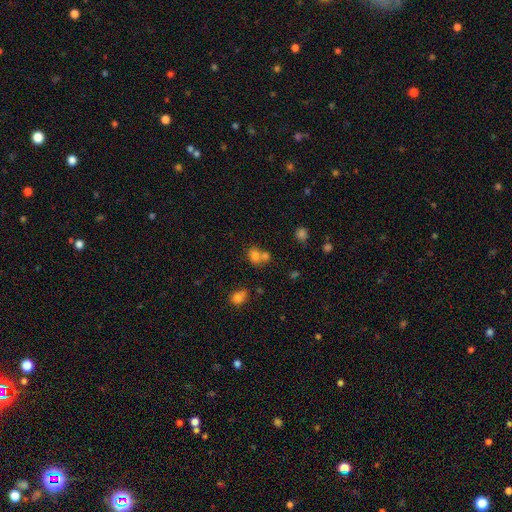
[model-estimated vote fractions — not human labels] Smooth or featured?
  - smooth: 74% *
  - star or artifact: 14%
  - featured or disk: 11%
How rounded?
  - round: 60% *
  - in between: 39%
  - cigar-shaped: 1%
Merging?
  - merger: 46% *
  - none: 40%
  - minor disturbance: 10%
  - major disturbance: 4%